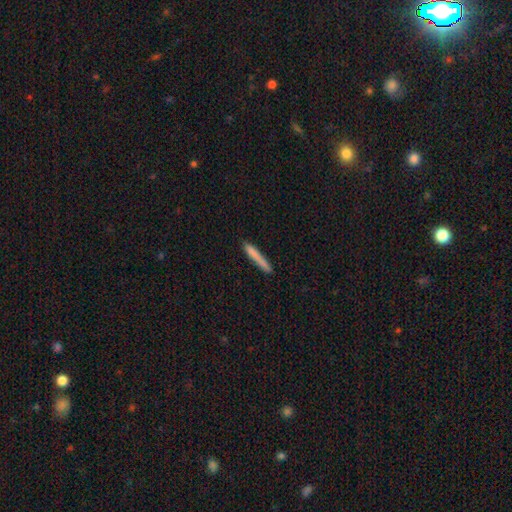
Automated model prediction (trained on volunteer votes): This is likely a smooth galaxy (79%). How rounded: clearly cigar-shaped (96%). Merging: clearly none (86%).